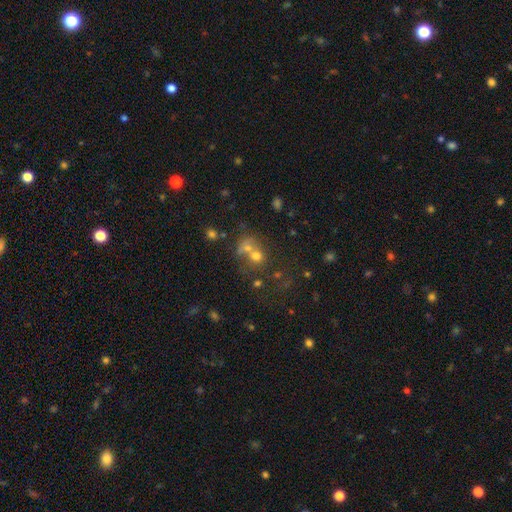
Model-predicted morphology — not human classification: smooth 59%, star or artifact 23%, featured or disk 18%. Down the decision tree: how rounded — round (73%); merging — merger (50%).